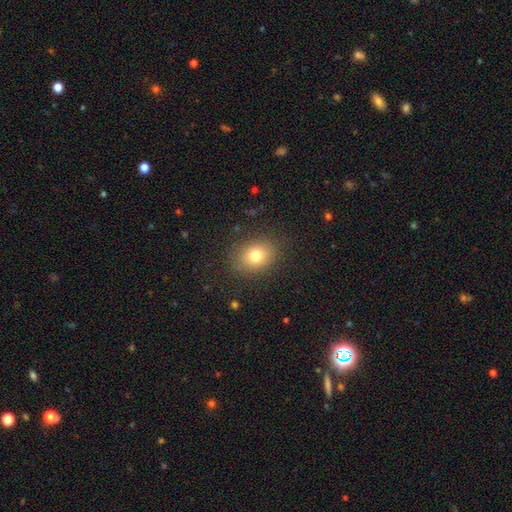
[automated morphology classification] Overall: smooth (78%). How rounded: in between (52%; round 48%). Merging: none (84%).